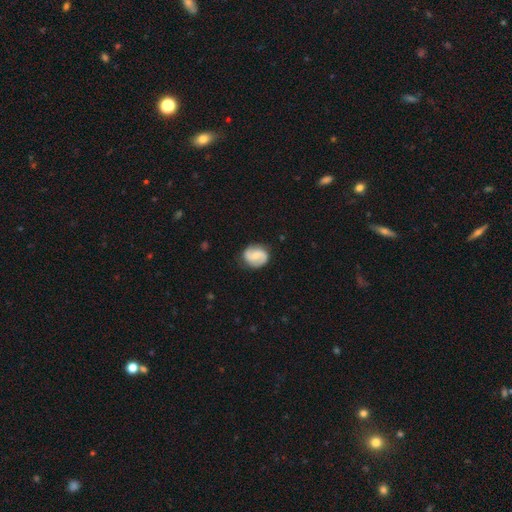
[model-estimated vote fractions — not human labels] The model was most divided on "bar" (2-way tie): weak: 44%, no: 44%, strong: 12%. Remaining: edge-on disk — no (98%); spiral arms — yes (95%); spiral arm count — 2 (91%); merging — none (83%); smooth or featured — featured or disk (72%); bulge size — small (50%); spiral winding — medium (46%).